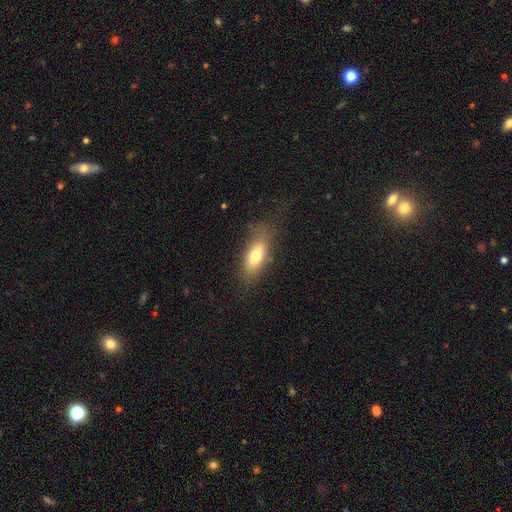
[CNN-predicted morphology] A smooth galaxy with no disk features (72%) that is in between round and cigar-shaped (75%). Merging: none (74%).